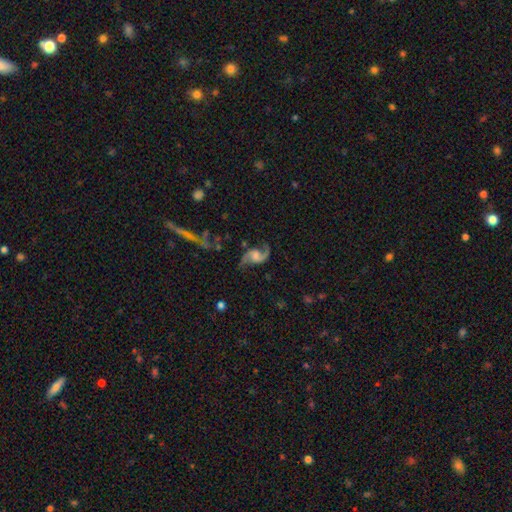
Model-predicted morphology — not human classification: smooth-or-featured: featured or disk: 90% | star or artifact: 5% | smooth: 5%
  disk-edge-on: no: 98% | yes: 2%
    bar: no: 56% | weak: 36% | strong: 9%
    has-spiral-arms: yes: 98% | no: 2%
      spiral-winding: loose: 66% | medium: 29% | tight: 5%
      spiral-arm-count: 2: 94% | 1: 2% | can't tell: 1% | 3: 1% | 4: 1% | more than 4: 1%
    bulge-size: moderate: 32% | none: 28% | small: 25% | large: 14% | dominant: 2%
  merging: none: 74% | minor disturbance: 15% | major disturbance: 9% | merger: 2%